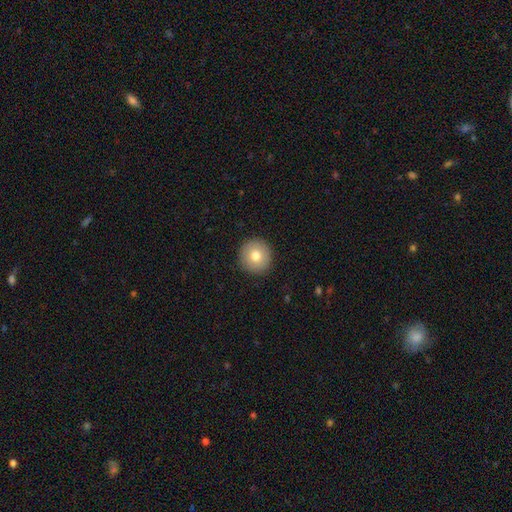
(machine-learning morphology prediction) This appears to be a smooth galaxy with no disk features (77%) that is round (95%). Merging: none (92%).